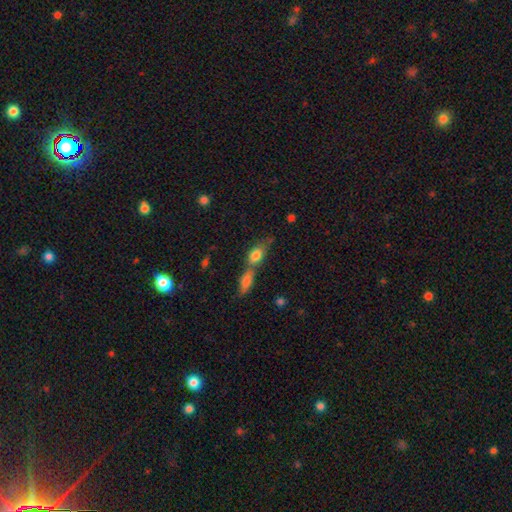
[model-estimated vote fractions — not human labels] smooth-or-featured: smooth: 77% | featured or disk: 14% | star or artifact: 9%
  how-rounded: in between: 77% | round: 12% | cigar-shaped: 11%
  merging: merger: 52% | none: 33% | minor disturbance: 10% | major disturbance: 4%